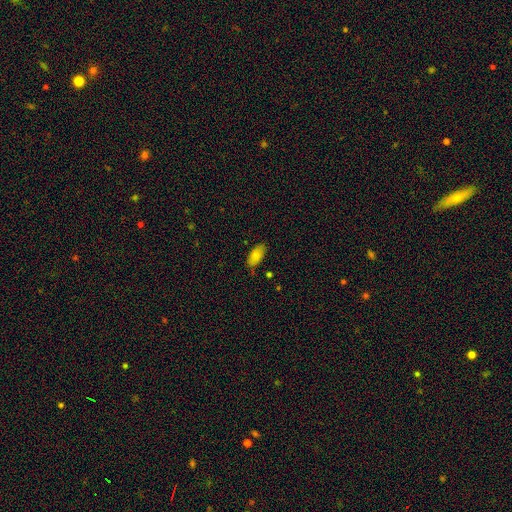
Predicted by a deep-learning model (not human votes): Smooth or featured: smooth — 83% (featured or disk — 9%)
How rounded: in between — 91% (cigar-shaped — 7%)
Merging: none — 81% (minor disturbance — 15%)